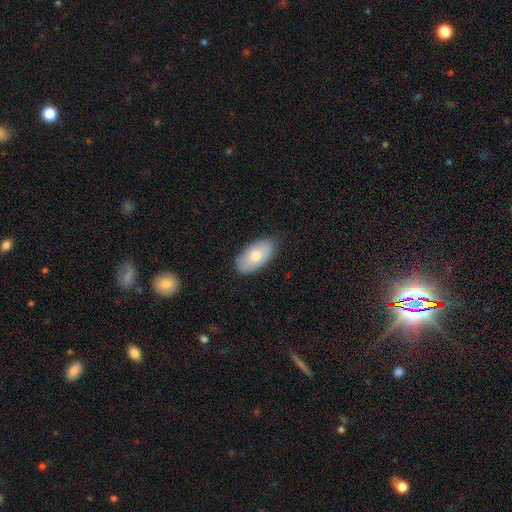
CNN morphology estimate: smooth_or_featured: smooth (p=0.70) [alt: featured or disk p=0.24]
how_rounded: in between (p=0.93) [alt: round p=0.04]
merging: none (p=0.81) [alt: minor disturbance p=0.15]